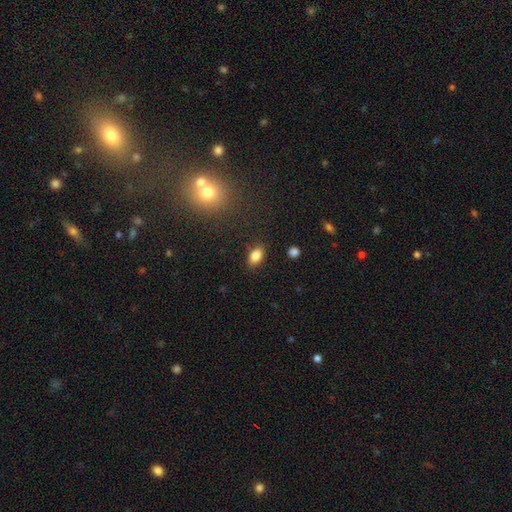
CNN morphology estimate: Smooth or featured? smooth (84%)
How rounded? in between (87%)
Merging? none (86%)